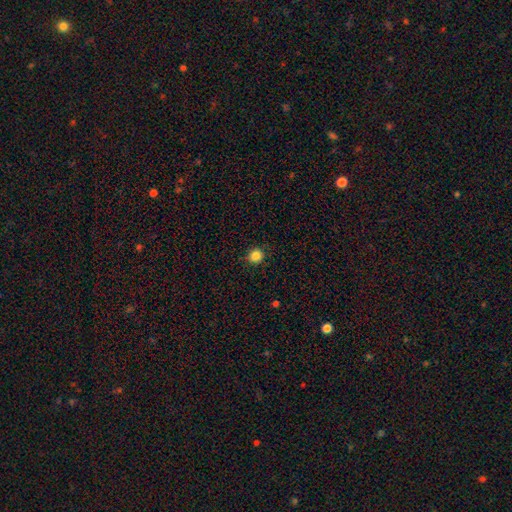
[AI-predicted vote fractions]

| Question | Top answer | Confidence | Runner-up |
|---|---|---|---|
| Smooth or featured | smooth | 85% | star or artifact (11%) |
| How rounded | round | 88% | in between (11%) |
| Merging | none | 88% | minor disturbance (8%) |